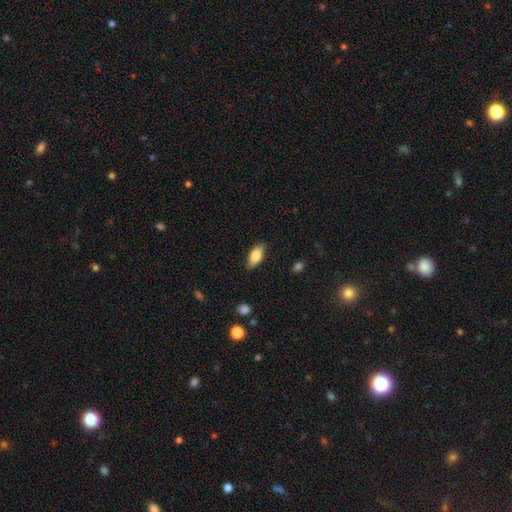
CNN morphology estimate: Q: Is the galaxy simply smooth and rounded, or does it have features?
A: smooth — 77%.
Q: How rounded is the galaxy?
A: in between — 84%.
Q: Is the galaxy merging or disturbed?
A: none — 87%.